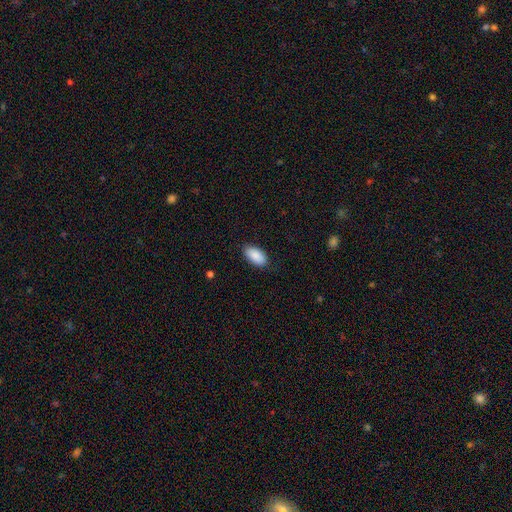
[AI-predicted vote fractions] smooth-or-featured: smooth: 90% | star or artifact: 6% | featured or disk: 4%
  how-rounded: in between: 95% | cigar-shaped: 3% | round: 2%
  merging: none: 87% | minor disturbance: 10% | major disturbance: 2% | merger: 1%